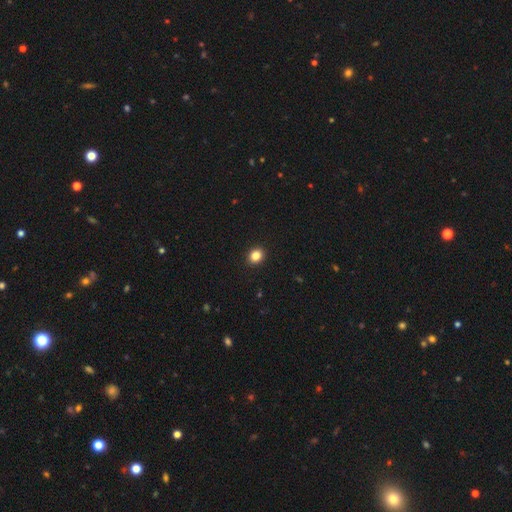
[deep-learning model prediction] This is clearly a smooth galaxy (85%). How rounded: likely round (63%). Merging: clearly none (93%).